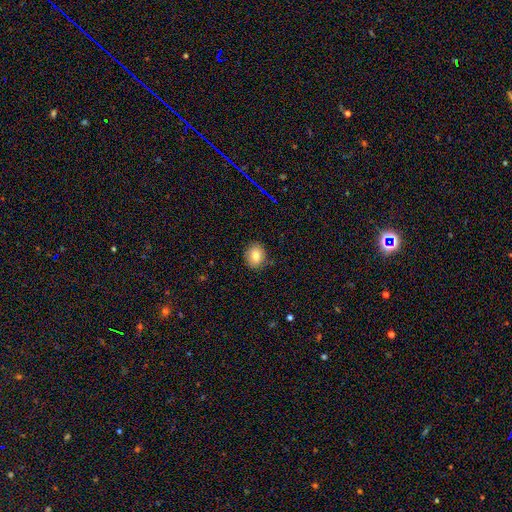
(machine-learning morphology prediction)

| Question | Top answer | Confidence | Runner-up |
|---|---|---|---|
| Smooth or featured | smooth | 79% | featured or disk (10%) |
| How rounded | round | 60% | in between (39%) |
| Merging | none | 84% | minor disturbance (13%) |